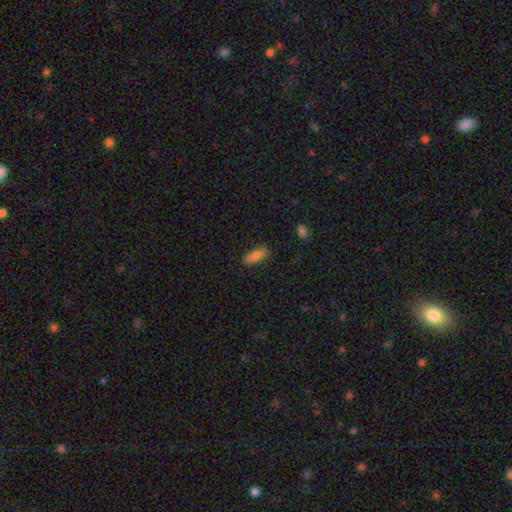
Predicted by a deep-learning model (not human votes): smooth-or-featured: smooth: 80% | featured or disk: 12% | star or artifact: 8%
  how-rounded: in between: 69% | cigar-shaped: 29% | round: 2%
  merging: none: 84% | minor disturbance: 12% | major disturbance: 2% | merger: 1%